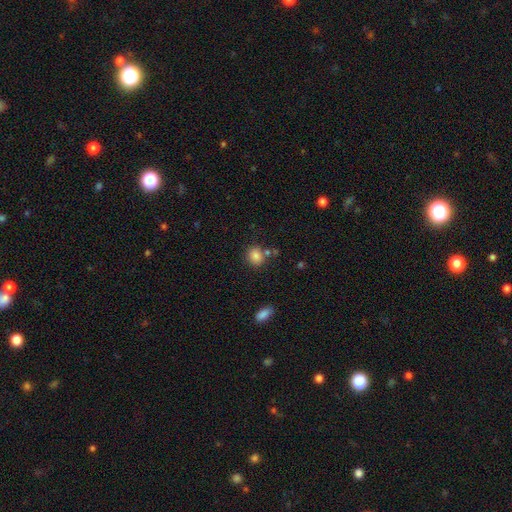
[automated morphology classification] A smooth galaxy with no disk features (84%) that is round (68%). Merging: none (70%).